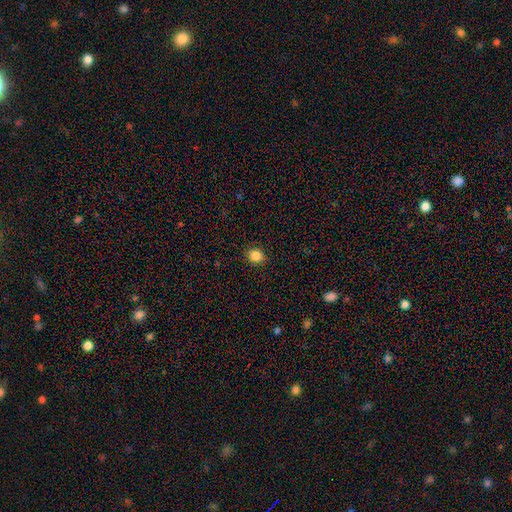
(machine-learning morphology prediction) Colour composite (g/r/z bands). It shows a smooth galaxy with no disk features (86%) that is round (69%). Merging: none (90%).